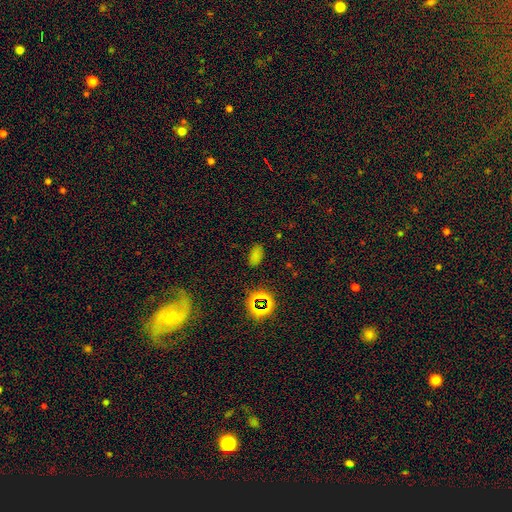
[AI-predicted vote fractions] Morphology: type=smooth (67%); roundness=in between (91%); merging=none (82%).